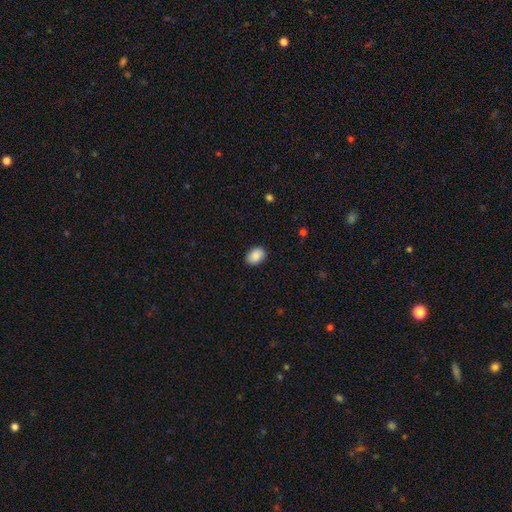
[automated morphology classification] smooth-or-featured: smooth: 89% | star or artifact: 7% | featured or disk: 4%
  how-rounded: in between: 79% | round: 20% | cigar-shaped: 1%
  merging: none: 89% | minor disturbance: 8% | major disturbance: 2% | merger: 1%